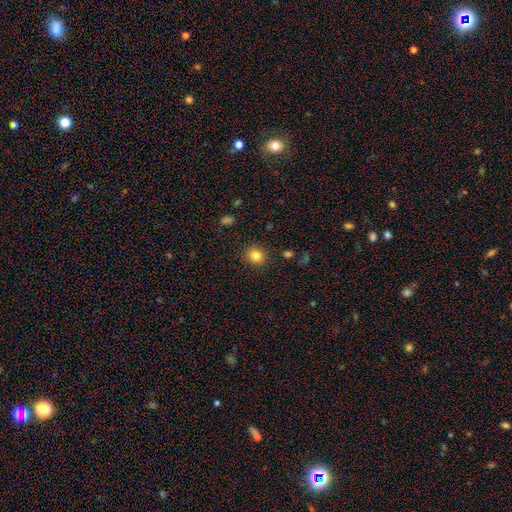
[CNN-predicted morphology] Smooth or featured? smooth (83%)
How rounded? round (79%)
Merging? none (89%)